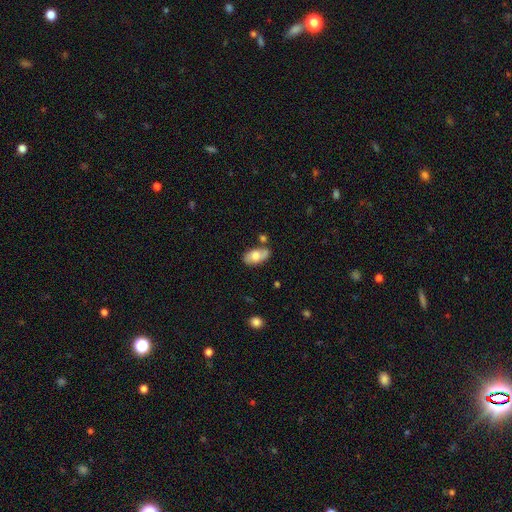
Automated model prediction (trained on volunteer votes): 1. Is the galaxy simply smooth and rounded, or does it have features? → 61% smooth, 33% featured or disk, 7% star or artifact.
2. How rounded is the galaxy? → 93% in between, 5% round, 3% cigar-shaped.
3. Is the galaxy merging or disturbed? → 61% none, 20% minor disturbance, 14% merger, 5% major disturbance.